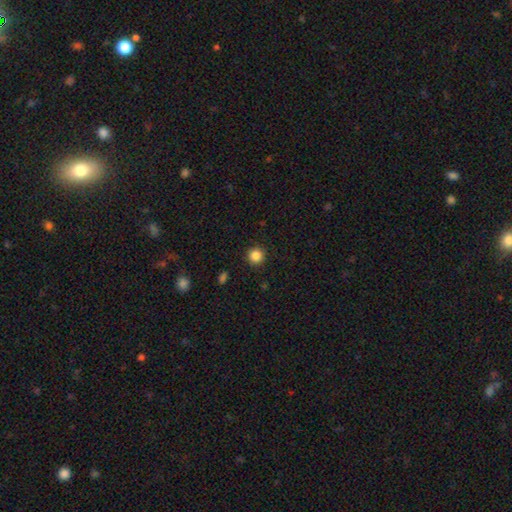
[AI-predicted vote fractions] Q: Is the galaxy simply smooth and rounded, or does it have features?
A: smooth — 86%.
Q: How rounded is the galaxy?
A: round — 95%.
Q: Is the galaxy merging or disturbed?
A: none — 92%.